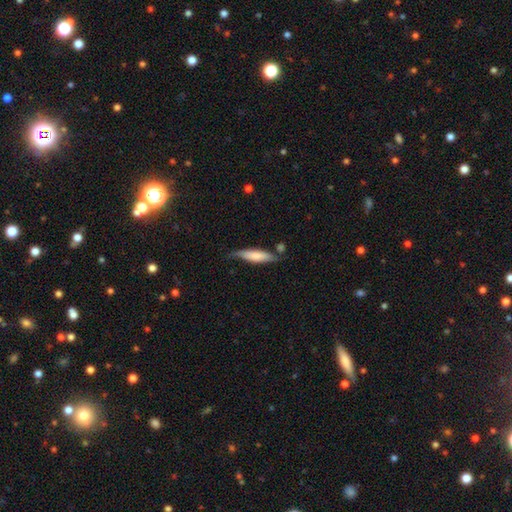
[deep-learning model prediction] Morphology: type=smooth (64%); roundness=cigar-shaped (75%); merging=none (59%).